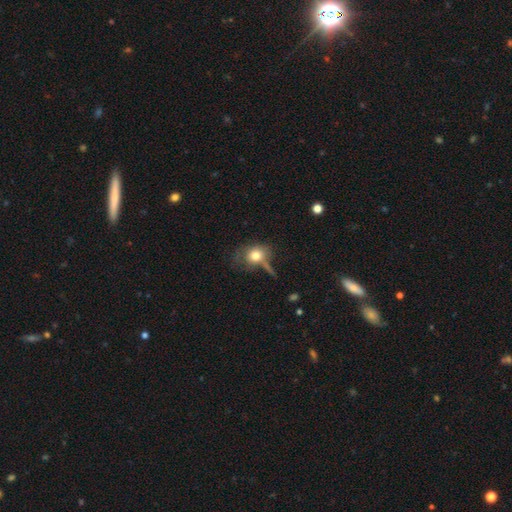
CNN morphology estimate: Overall: smooth (74%). How rounded: round (55%; in between 43%). Merging: none (41%; minor disturbance 22%).